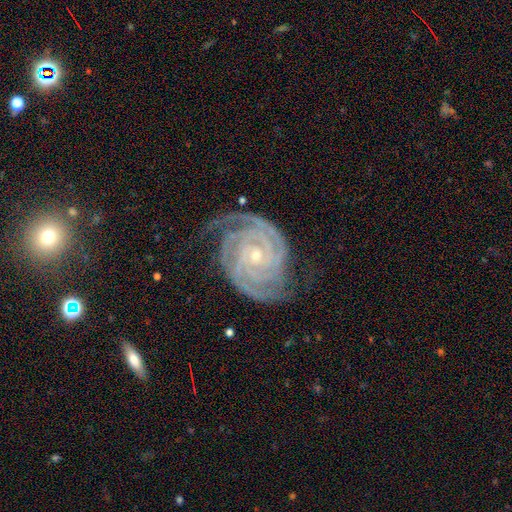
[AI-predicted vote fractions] This appears to be a featured or disk galaxy (93%) with no bar (66%), 2 (27%) tight (84%) spiral arms (99%) and a small central bulge (73%). Merging: none (74%).